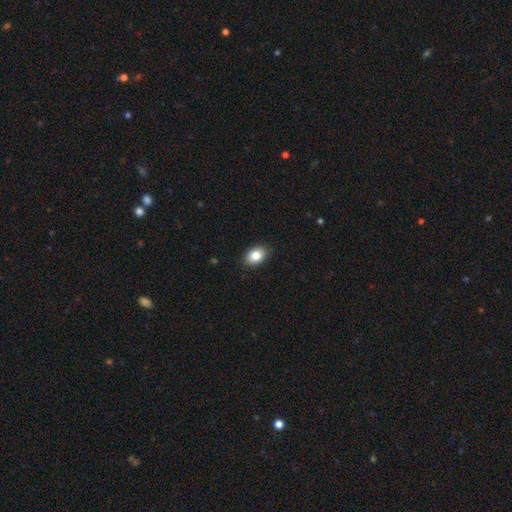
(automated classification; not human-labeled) A smooth galaxy with no disk features (84%) that is in between round and cigar-shaped (82%).

Vote fractions:
- Smooth or featured? smooth: 84% / star or artifact: 8% / featured or disk: 8%
- How rounded? in between: 82% / round: 17% / cigar-shaped: 1%
- Merging? none: 89% / minor disturbance: 8% / major disturbance: 2% / merger: 1%